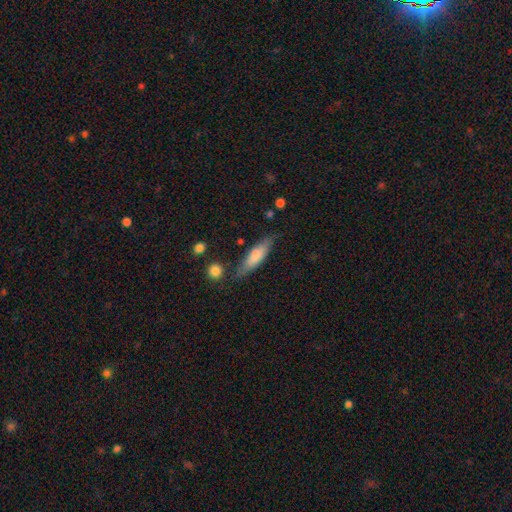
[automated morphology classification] A smooth galaxy with no disk features (71%) that is cigar-shaped (57%).

Vote fractions:
- Smooth or featured? smooth: 71% / featured or disk: 23% / star or artifact: 6%
- How rounded? cigar-shaped: 57% / in between: 41% / round: 2%
- Merging? none: 70% / minor disturbance: 20% / major disturbance: 5% / merger: 4%